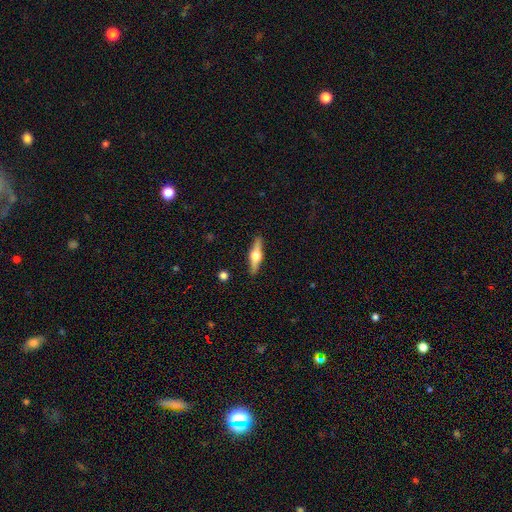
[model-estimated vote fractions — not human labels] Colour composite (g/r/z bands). It shows a featured or disk galaxy (69%) viewed edge-on (97%) with a rounded central bulge (95%). Merging: none (90%).